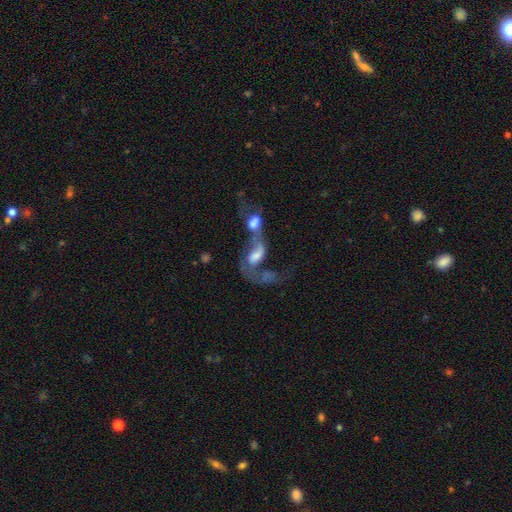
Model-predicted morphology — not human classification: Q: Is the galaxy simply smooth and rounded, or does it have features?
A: featured or disk — 59%.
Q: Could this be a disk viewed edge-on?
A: no — 95%.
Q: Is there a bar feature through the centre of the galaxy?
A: no — 52%.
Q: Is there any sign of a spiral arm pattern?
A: yes — 71%.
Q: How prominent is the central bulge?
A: moderate — 34%.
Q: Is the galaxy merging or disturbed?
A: merger — 75%.